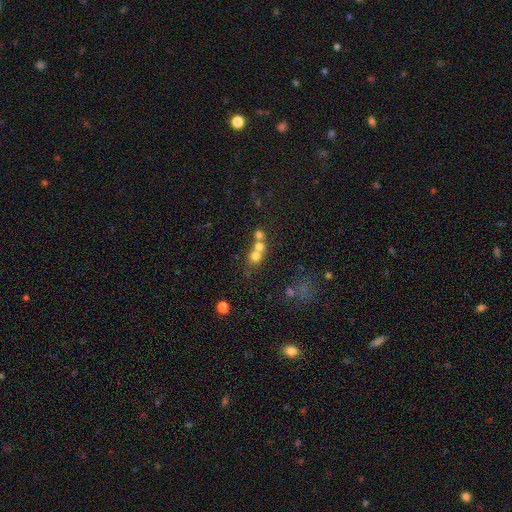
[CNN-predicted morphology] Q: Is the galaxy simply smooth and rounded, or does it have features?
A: smooth — 65%.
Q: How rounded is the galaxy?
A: round — 80%.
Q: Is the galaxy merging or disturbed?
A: merger — 56%.